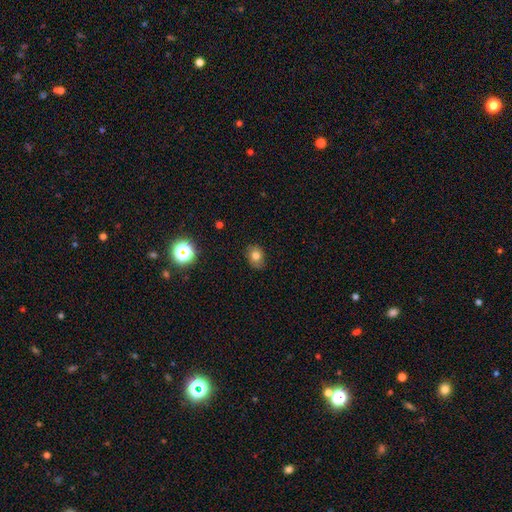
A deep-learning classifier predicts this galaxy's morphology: Smooth or featured?
  - smooth: 77% *
  - star or artifact: 13%
  - featured or disk: 9%
How rounded?
  - in between: 57% *
  - round: 42%
  - cigar-shaped: 1%
Merging?
  - none: 83% *
  - minor disturbance: 13%
  - major disturbance: 3%
  - merger: 1%